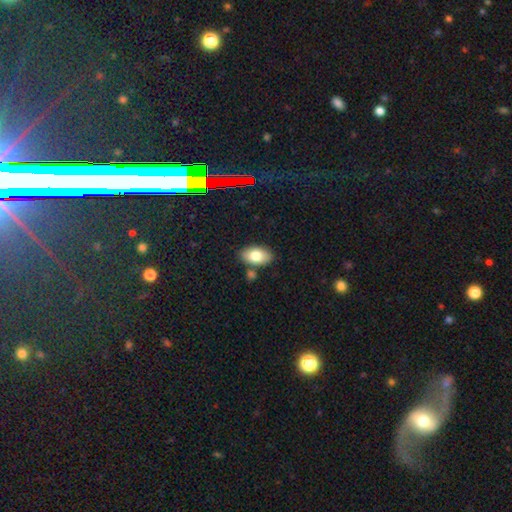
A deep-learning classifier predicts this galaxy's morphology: smooth 79%, featured or disk 13%, star or artifact 8%. Down the decision tree: how rounded — in between (91%); merging — none (79%).